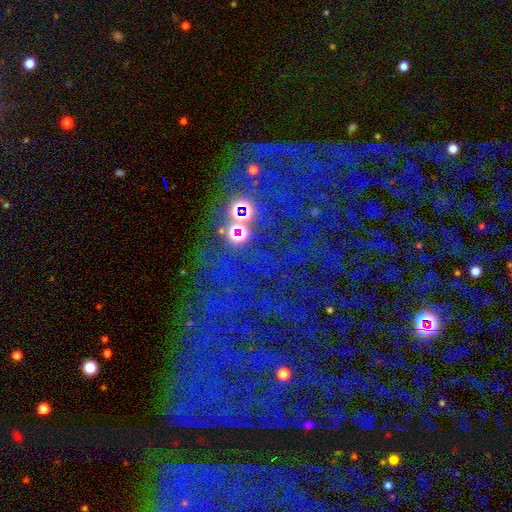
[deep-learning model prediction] smooth-or-featured: star or artifact: 78% | featured or disk: 12% | smooth: 10%